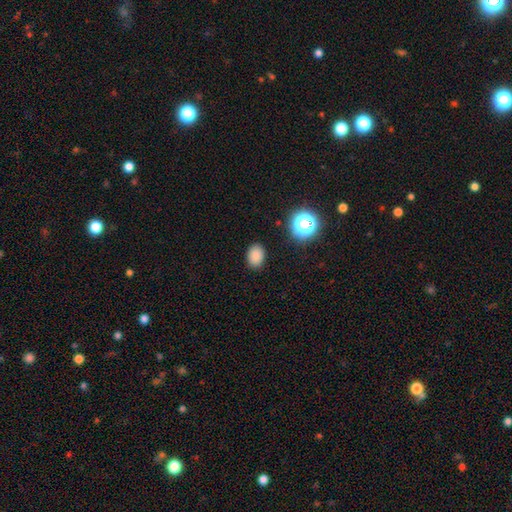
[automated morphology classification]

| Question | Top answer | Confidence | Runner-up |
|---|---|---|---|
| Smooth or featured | smooth | 84% | star or artifact (12%) |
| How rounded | in between | 71% | round (28%) |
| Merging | none | 87% | minor disturbance (9%) |